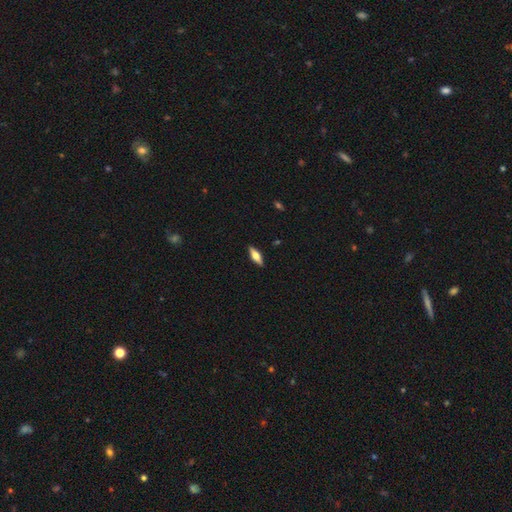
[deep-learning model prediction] A smooth galaxy with no disk features (49%). Merging: none (90%).